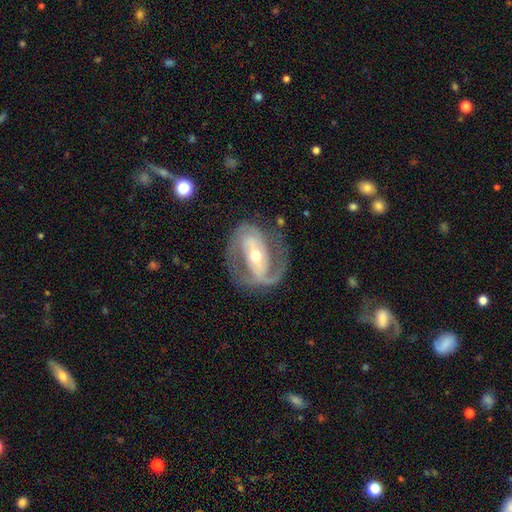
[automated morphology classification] featured or disk 89%, smooth 7%, star or artifact 4%. Down the decision tree: edge-on disk — no (96%); bar — strong (51%); spiral arms — yes (94%); spiral arm count — 2 (84%); spiral winding — medium (48%); bulge size — moderate (63%); merging — none (73%).